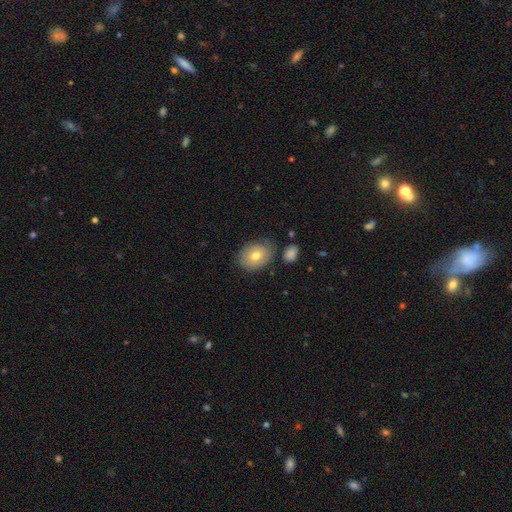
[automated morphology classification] The model was most divided on "how rounded": in between: 60%, round: 39%, cigar-shaped: 1%. More confident: merging — none (69%); smooth or featured — smooth (66%).